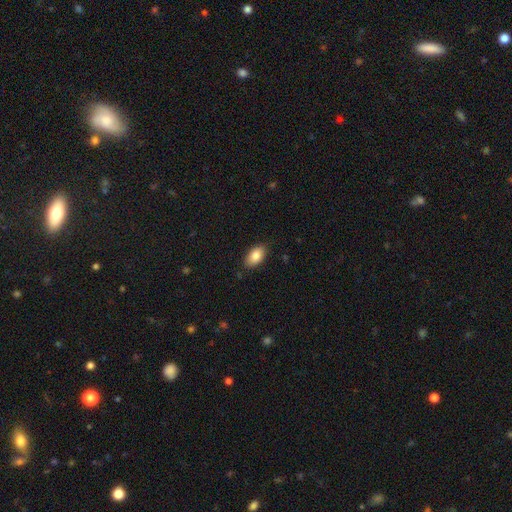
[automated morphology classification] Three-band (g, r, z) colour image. It shows a smooth galaxy with no disk features (84%) that is in between round and cigar-shaped (93%). Merging: none (84%).